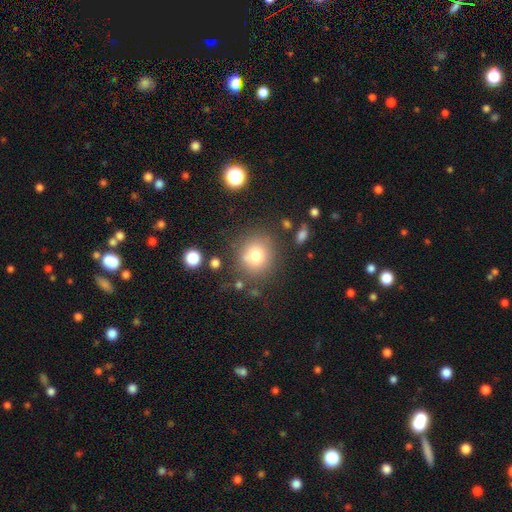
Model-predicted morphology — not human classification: smooth 76%, star or artifact 13%, featured or disk 11%. Down the decision tree: how rounded — round (81%); merging — none (75%).